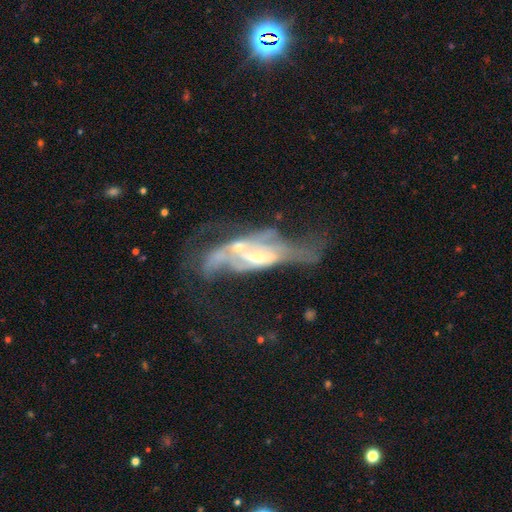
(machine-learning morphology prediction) This is likely a featured or disk galaxy (75%). It is clearly not viewed edge-on (80%). Bar: possibly no (52%). Spiral arm pattern: possibly yes (56%). Central bulge: possibly moderate (47%). Merging: marginally merger (36%, tied with major disturbance).